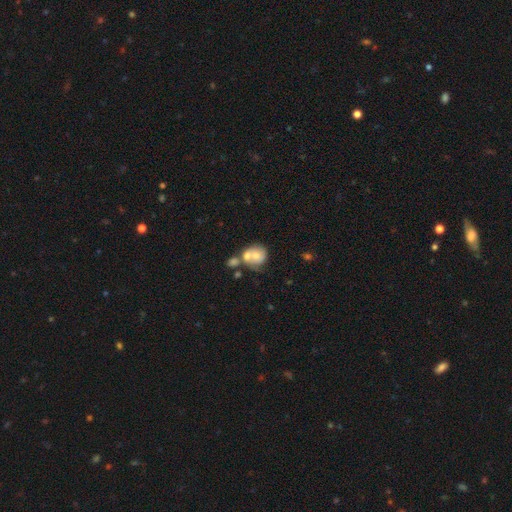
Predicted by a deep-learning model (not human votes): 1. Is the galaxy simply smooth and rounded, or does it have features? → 57% smooth, 34% featured or disk, 8% star or artifact.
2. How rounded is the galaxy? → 72% round, 27% in between, 1% cigar-shaped.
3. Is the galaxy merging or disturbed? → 54% merger, 25% none, 13% minor disturbance, 8% major disturbance.